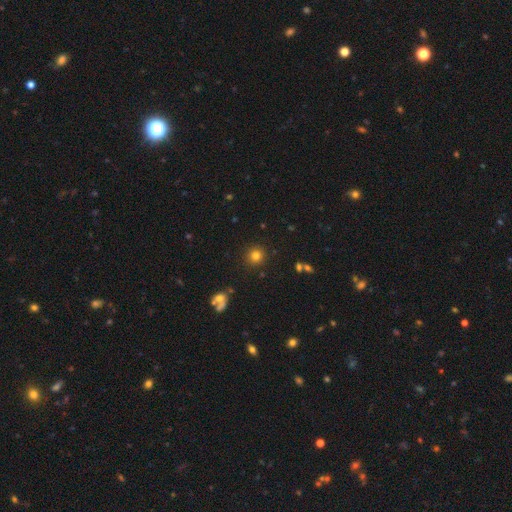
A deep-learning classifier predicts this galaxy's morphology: A smooth galaxy with no disk features (79%) that is round (93%).

Vote fractions:
- Smooth or featured? smooth: 79% / star or artifact: 14% / featured or disk: 6%
- How rounded? round: 93% / in between: 6% / cigar-shaped: 1%
- Merging? none: 88% / minor disturbance: 6% / merger: 3% / major disturbance: 3%